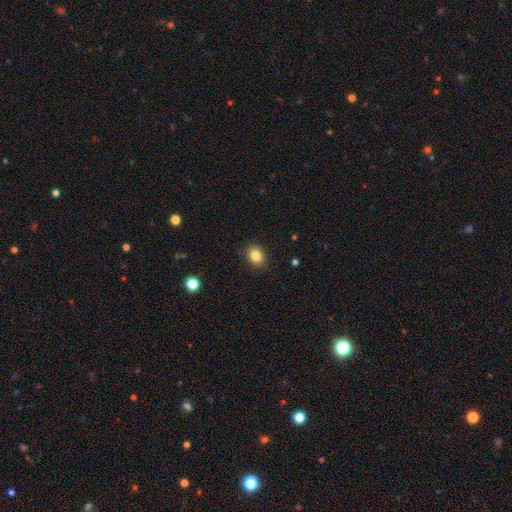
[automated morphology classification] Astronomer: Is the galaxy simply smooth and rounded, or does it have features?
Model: smooth — 84%.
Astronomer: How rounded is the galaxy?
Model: round — 59% (runner-up: in between, 40%).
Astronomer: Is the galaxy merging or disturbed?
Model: none — 89%.